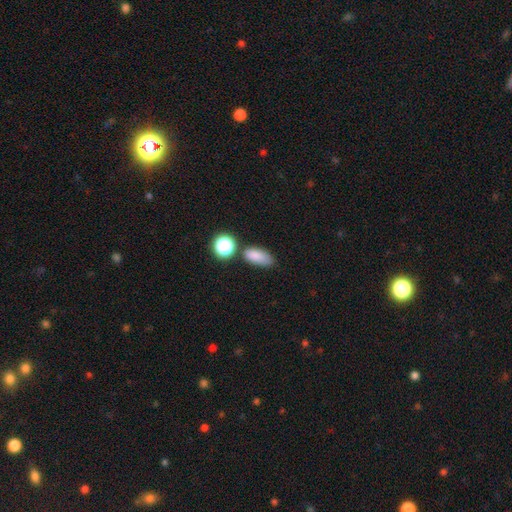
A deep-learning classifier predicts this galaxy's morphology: smooth-or-featured: smooth: 81% | star or artifact: 12% | featured or disk: 7%
  how-rounded: in between: 82% | round: 10% | cigar-shaped: 8%
  merging: none: 63% | minor disturbance: 21% | merger: 10% | major disturbance: 6%